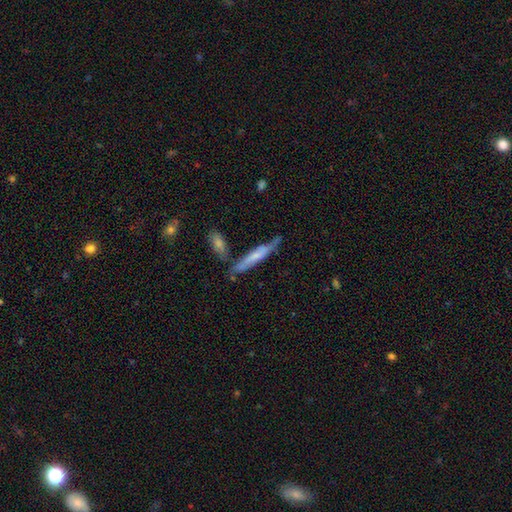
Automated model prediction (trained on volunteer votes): The model was most divided on "smooth or featured": smooth: 47%, featured or disk: 46%, star or artifact: 6%. More confident: merging — none (66%).